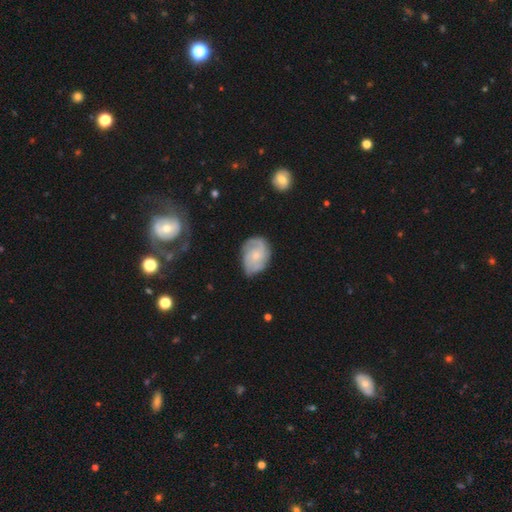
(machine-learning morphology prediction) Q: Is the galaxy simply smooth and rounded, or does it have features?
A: featured or disk — 72%.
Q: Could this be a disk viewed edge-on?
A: no — 97%.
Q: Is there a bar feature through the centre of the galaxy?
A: no — 73%.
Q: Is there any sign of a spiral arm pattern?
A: yes — 92%.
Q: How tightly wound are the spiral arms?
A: tight — 43%.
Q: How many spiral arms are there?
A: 2 — 38%.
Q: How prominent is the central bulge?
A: small — 67%.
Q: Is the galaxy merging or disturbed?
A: none — 63%.